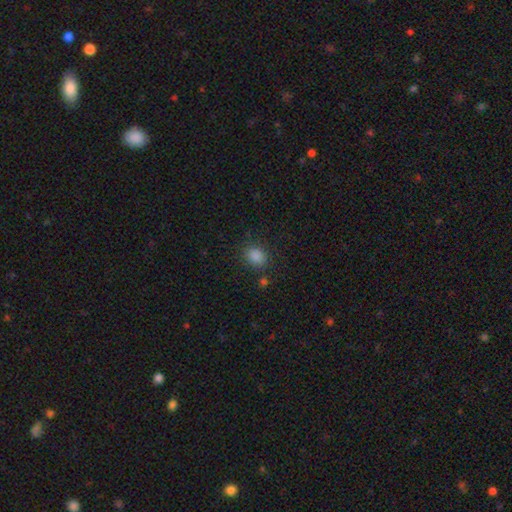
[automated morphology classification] This is clearly a smooth galaxy (83%). How rounded: possibly in between (52%). Merging: clearly none (82%).